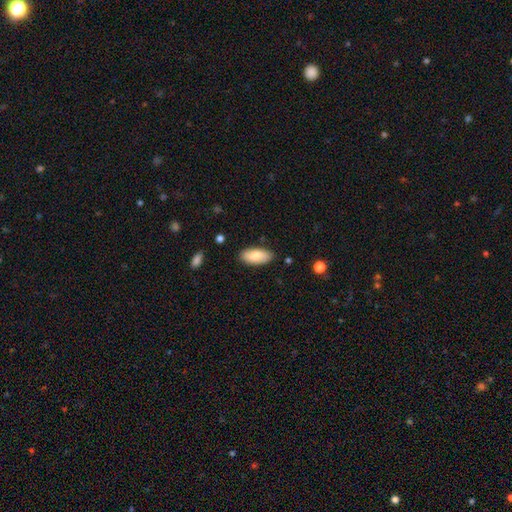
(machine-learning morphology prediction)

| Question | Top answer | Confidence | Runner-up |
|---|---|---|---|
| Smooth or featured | smooth | 80% | featured or disk (14%) |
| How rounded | in between | 90% | cigar-shaped (8%) |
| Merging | none | 85% | minor disturbance (12%) |